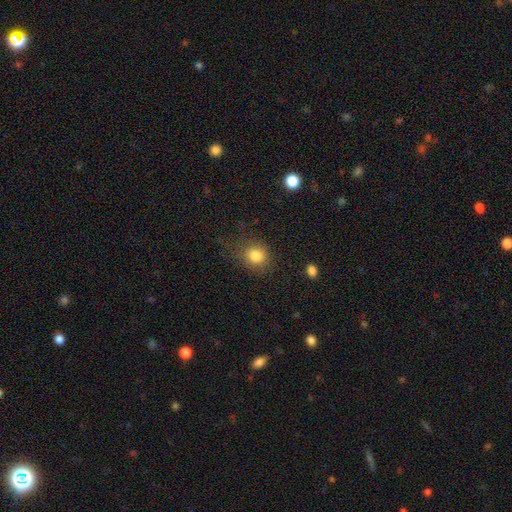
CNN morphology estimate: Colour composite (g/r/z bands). It shows a smooth galaxy with no disk features (83%) that is round (74%). Merging: none (73%).